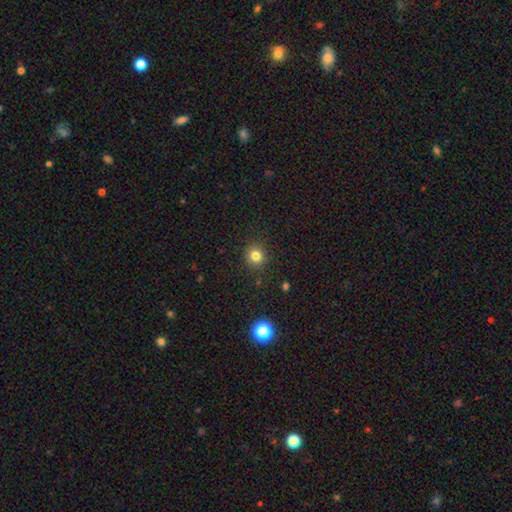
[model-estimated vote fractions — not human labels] Smooth or featured?
  - smooth: 80% *
  - star or artifact: 14%
  - featured or disk: 6%
How rounded?
  - round: 85% *
  - in between: 14%
  - cigar-shaped: 1%
Merging?
  - none: 89% *
  - minor disturbance: 7%
  - major disturbance: 2%
  - merger: 1%